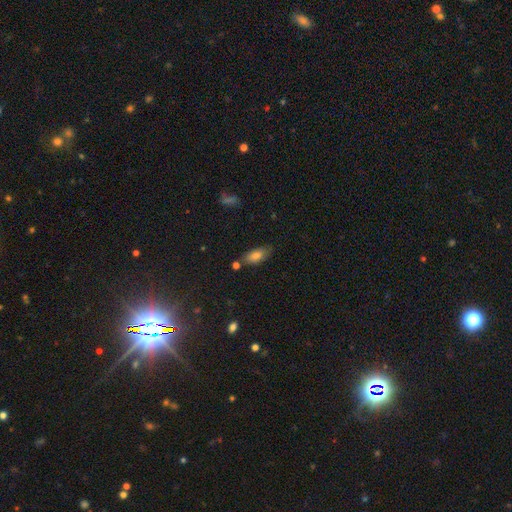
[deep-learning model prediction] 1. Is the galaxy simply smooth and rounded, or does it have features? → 76% smooth, 15% featured or disk, 9% star or artifact.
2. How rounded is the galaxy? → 85% in between, 12% cigar-shaped, 3% round.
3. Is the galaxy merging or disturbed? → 73% none, 16% minor disturbance, 7% merger, 3% major disturbance.